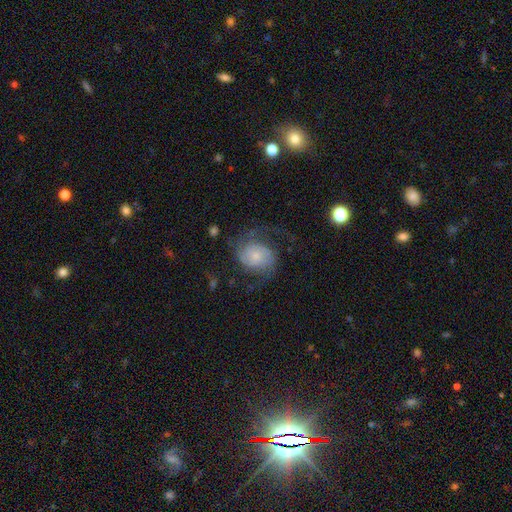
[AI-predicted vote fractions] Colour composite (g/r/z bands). It shows a featured or disk galaxy (72%) with no bar (68%), 2 (78%) medium (45%) spiral arms (93%) and a small central bulge (53%). Merging: none (58%).